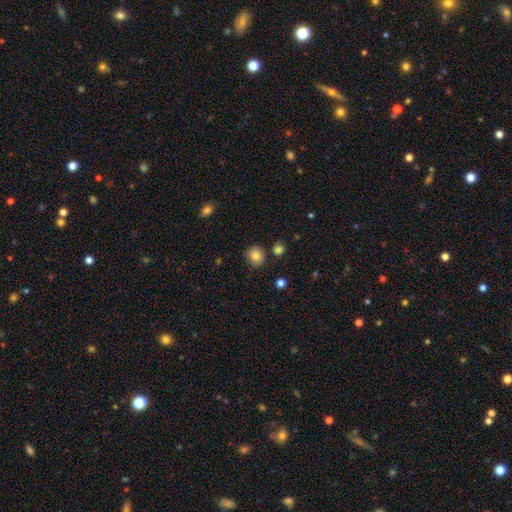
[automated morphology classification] type=smooth (83%); roundness=round (82%); merging=none (84%).